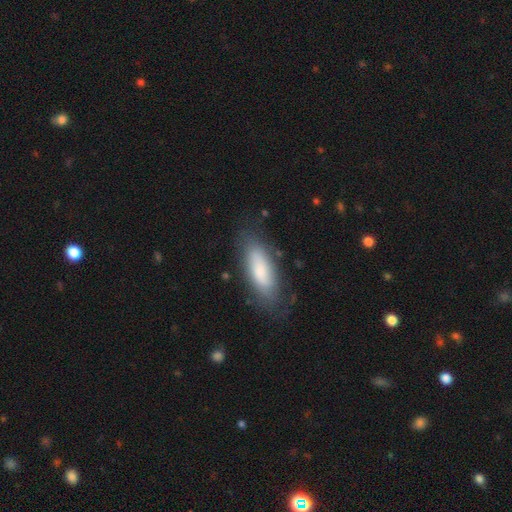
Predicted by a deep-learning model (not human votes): smooth_or_featured: smooth (p=0.75) [alt: featured or disk p=0.18]
how_rounded: in between (p=0.67) [alt: cigar-shaped p=0.31]
merging: none (p=0.76) [alt: minor disturbance p=0.17]